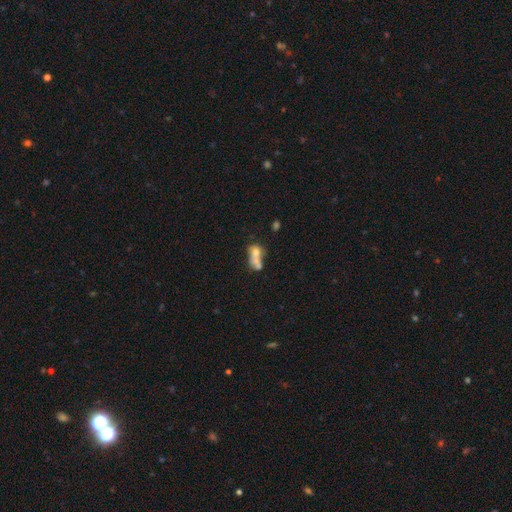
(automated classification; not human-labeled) smooth 58%, featured or disk 30%, star or artifact 13%. Down the decision tree: how rounded — in between (68%); merging — merger (59%).